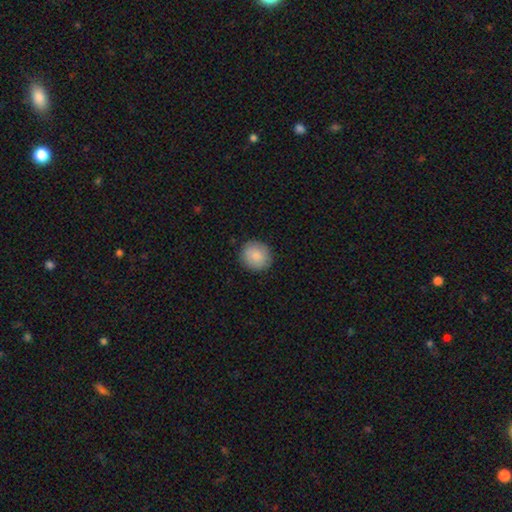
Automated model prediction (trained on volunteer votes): This is clearly a smooth galaxy (86%). How rounded: clearly round (87%). Merging: clearly none (89%).